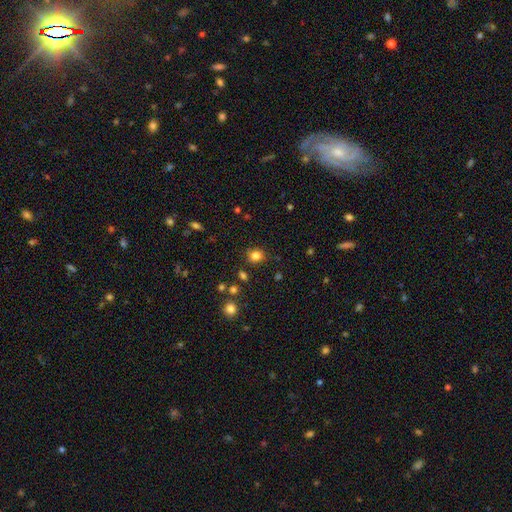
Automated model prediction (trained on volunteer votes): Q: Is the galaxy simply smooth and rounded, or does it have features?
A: smooth — 82%.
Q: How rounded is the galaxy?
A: round — 75%.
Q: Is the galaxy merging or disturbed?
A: none — 82%.